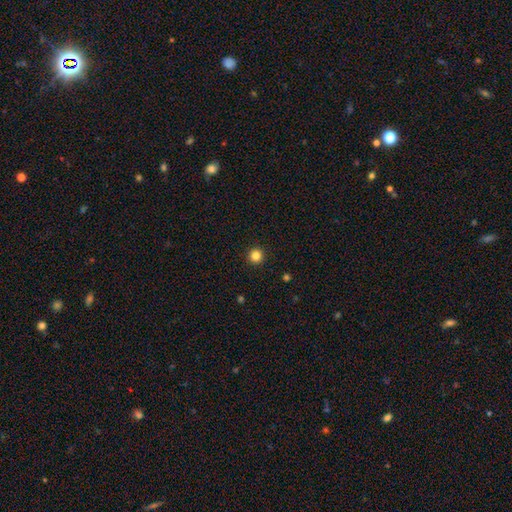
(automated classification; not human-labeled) This appears to be a smooth galaxy with no disk features (84%) that is round (96%). Merging: none (93%).